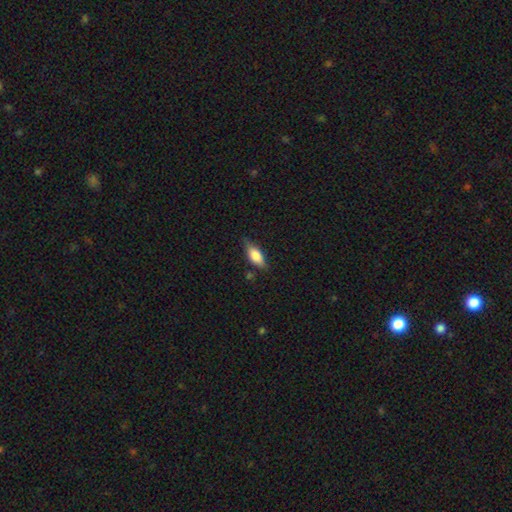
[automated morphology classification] Smooth or featured? Predicted: smooth (p=0.74). How rounded? Predicted: in between (p=0.80). Merging? Predicted: none (p=0.72).